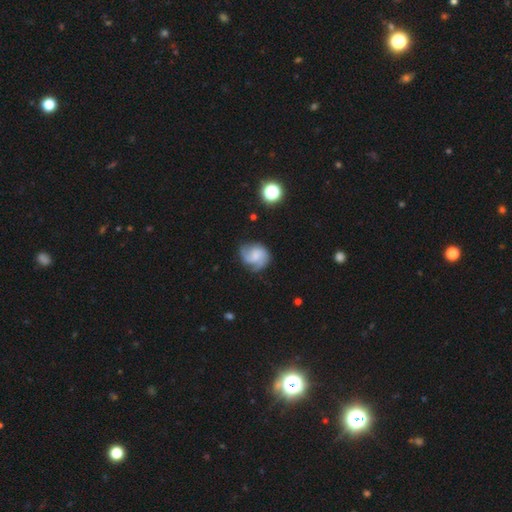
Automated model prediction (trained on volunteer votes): This appears to be a featured or disk galaxy (68%) with no bar (57%), 2 (49%) medium (47%) spiral arms (94%) and a small central bulge (40%). Merging: none (64%).